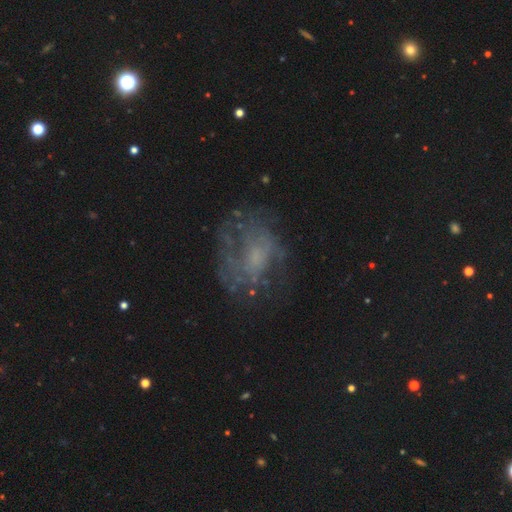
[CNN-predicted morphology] This is likely a featured or disk galaxy (62%). It is clearly not viewed edge-on (97%). Bar: likely no (76%). Spiral arm pattern: possibly no (51%). Central bulge: marginally small (36%). Merging: possibly none (57%).